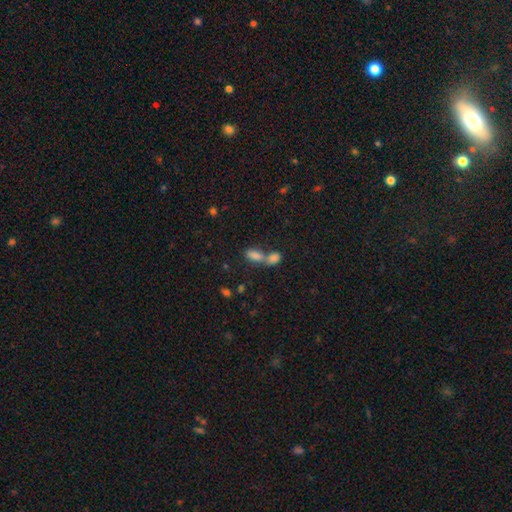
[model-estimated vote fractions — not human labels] smooth 77%, star or artifact 13%, featured or disk 10%. Down the decision tree: how rounded — in between (84%); merging — merger (67%).